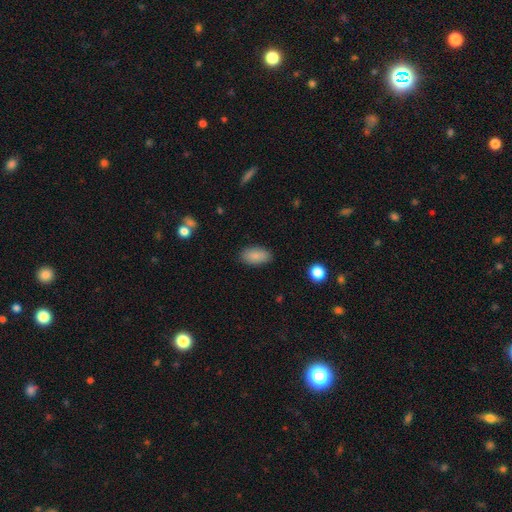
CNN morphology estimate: Overall: smooth (86%). How rounded: in between (93%). Merging: none (86%).